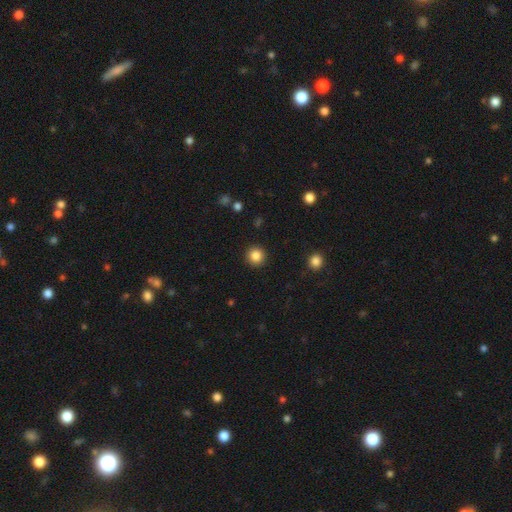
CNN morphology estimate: A smooth galaxy with no disk features (85%) that is round (94%).

Vote fractions:
- Smooth or featured? smooth: 85% / star or artifact: 11% / featured or disk: 5%
- How rounded? round: 94% / in between: 5% / cigar-shaped: 1%
- Merging? none: 92% / minor disturbance: 5% / major disturbance: 2% / merger: 1%